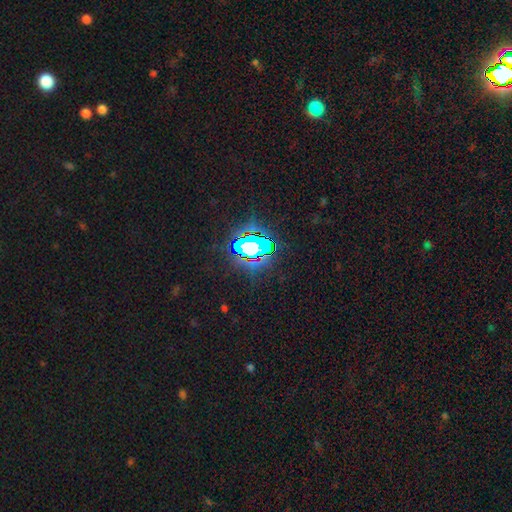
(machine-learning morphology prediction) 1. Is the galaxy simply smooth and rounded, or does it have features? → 70% star or artifact, 17% smooth, 13% featured or disk.